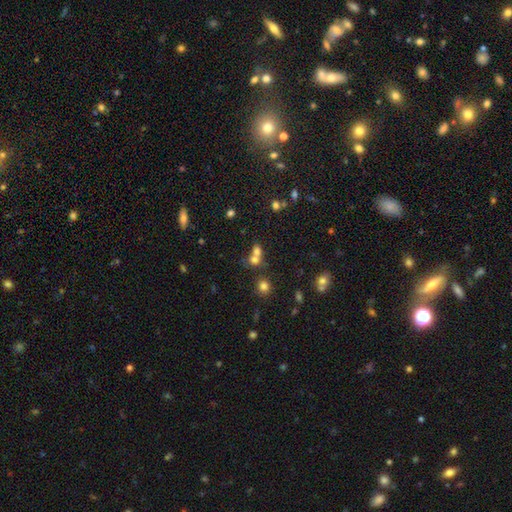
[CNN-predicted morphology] This appears to be a smooth galaxy with no disk features (67%) that is round (62%). Merging: merger (56%).